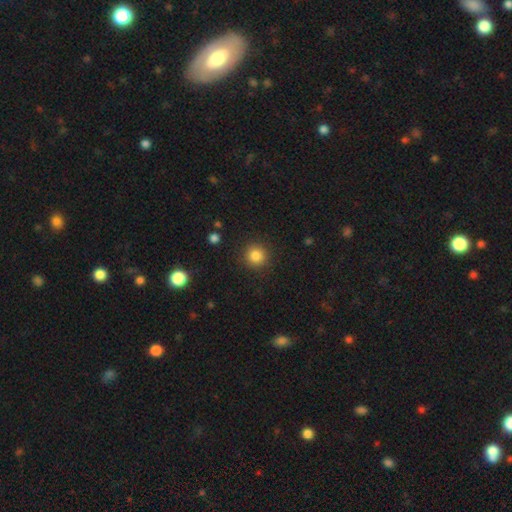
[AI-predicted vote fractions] This appears to be a smooth galaxy with no disk features (84%) that is round (93%). Merging: none (90%).